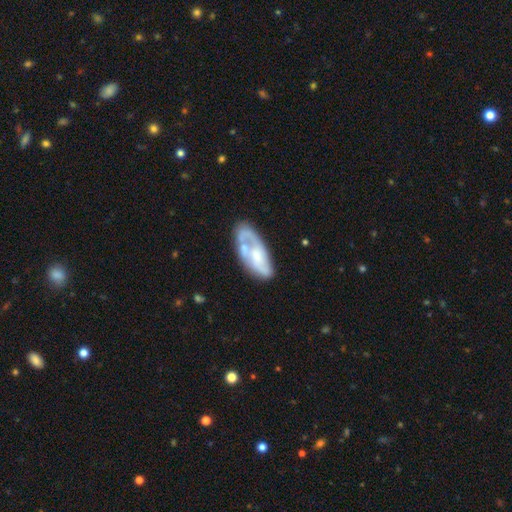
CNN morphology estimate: Q: Smooth or featured?
A: featured or disk (63%); runner-up: smooth (31%)
Q: Edge-on disk?
A: no (92%); runner-up: yes (8%)
Q: Bar?
A: no (69%); runner-up: weak (24%)
Q: Spiral arms?
A: yes (67%); runner-up: no (33%)
Q: Bulge size?
A: small (38%); runner-up: moderate (35%)
Q: Merging?
A: none (52%); runner-up: minor disturbance (23%)